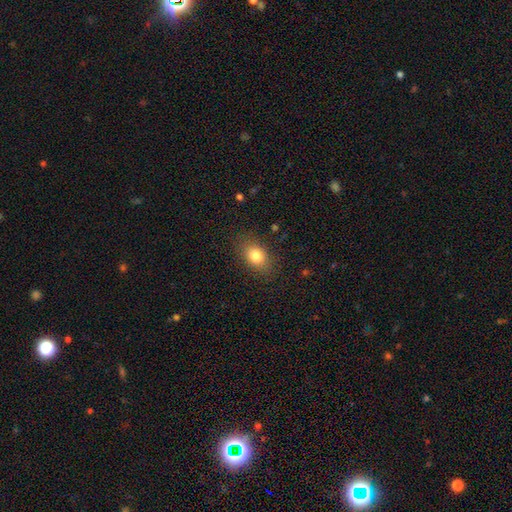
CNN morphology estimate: A smooth galaxy with no disk features (82%) that is in between round and cigar-shaped (76%).

Vote fractions:
- Smooth or featured? smooth: 82% / star or artifact: 10% / featured or disk: 9%
- How rounded? in between: 76% / round: 22% / cigar-shaped: 2%
- Merging? none: 84% / minor disturbance: 11% / major disturbance: 4% / merger: 1%